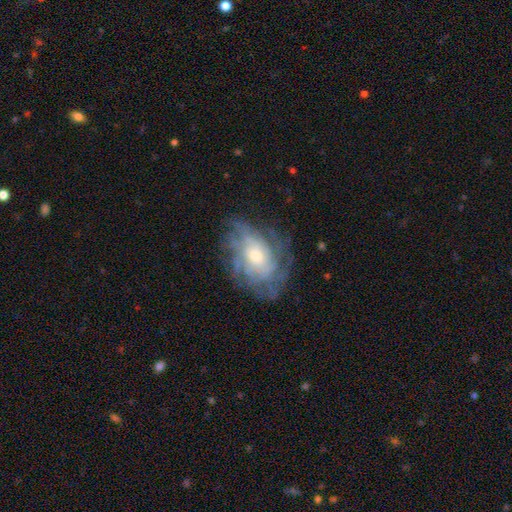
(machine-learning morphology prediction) Overall: featured or disk (79%). Edge-on disk: no (96%). Bar: no (77%). Spiral arms: yes (87%). Spiral arm count: can't tell (50%; 4 15%). Spiral winding: tight (59%; medium 29%). Bulge size: moderate (50%; small 42%). Merging: none (70%).